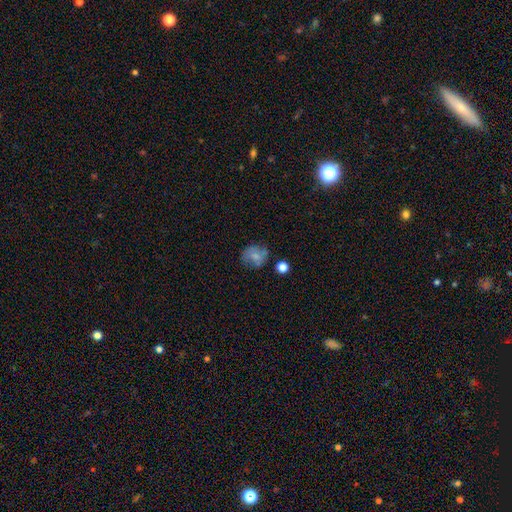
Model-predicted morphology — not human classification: Smooth or featured? Predicted: smooth (p=0.65). How rounded? Predicted: round (p=0.65). Merging? Predicted: none (p=0.59).